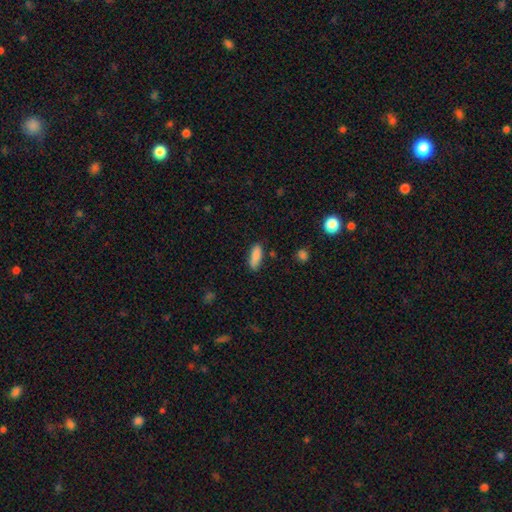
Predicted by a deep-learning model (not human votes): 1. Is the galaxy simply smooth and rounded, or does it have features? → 87% smooth, 7% star or artifact, 6% featured or disk.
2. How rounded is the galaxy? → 63% in between, 35% cigar-shaped, 2% round.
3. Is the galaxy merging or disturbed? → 83% none, 13% minor disturbance, 3% major disturbance, 2% merger.